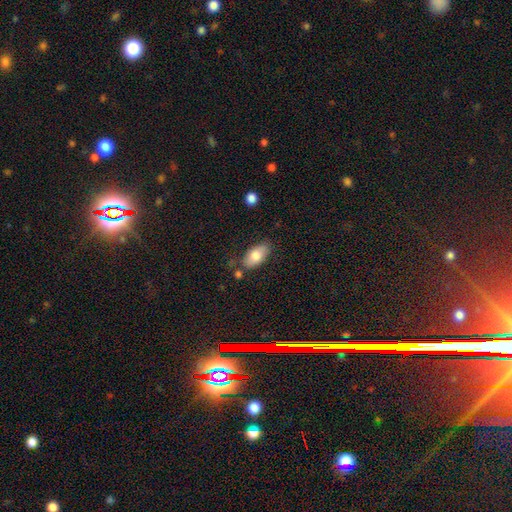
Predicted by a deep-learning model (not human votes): Smooth or featured? Predicted: smooth (p=0.78). How rounded? Predicted: in between (p=0.91). Merging? Predicted: none (p=0.73).